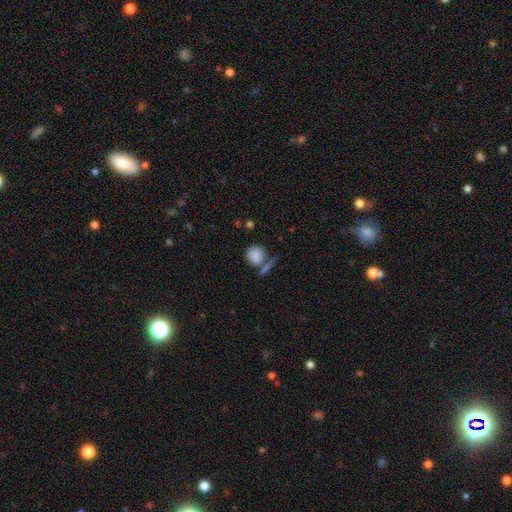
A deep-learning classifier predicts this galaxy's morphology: type=smooth (83%); roundness=round (81%); merging=none (60%).